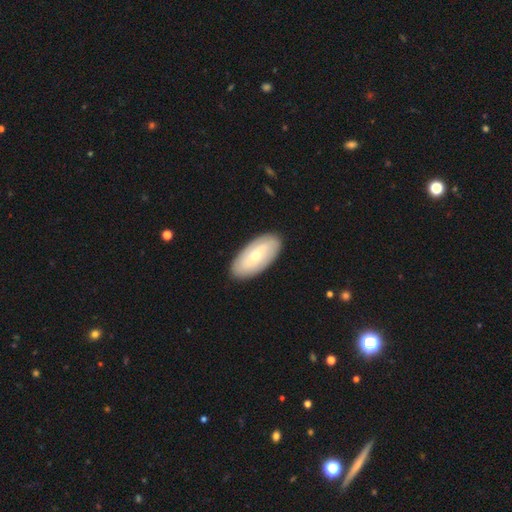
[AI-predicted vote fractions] Smooth or featured?
  - smooth: 51% *
  - featured or disk: 44%
  - star or artifact: 5%
How rounded?
  - in between: 91% *
  - cigar-shaped: 6%
  - round: 3%
Merging?
  - none: 89% *
  - minor disturbance: 8%
  - major disturbance: 2%
  - merger: 1%